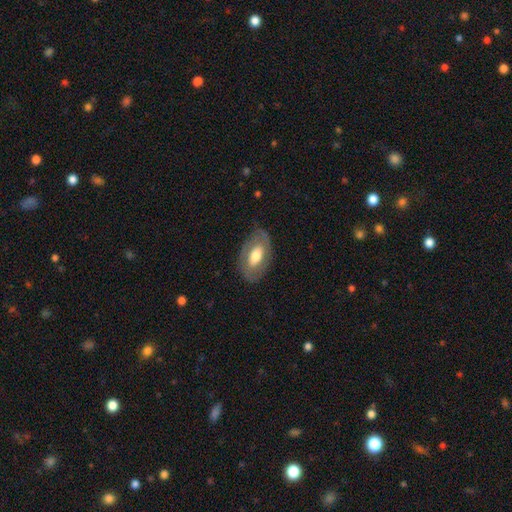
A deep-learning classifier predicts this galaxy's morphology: A smooth galaxy with no disk features (48%). Merging: none (76%).